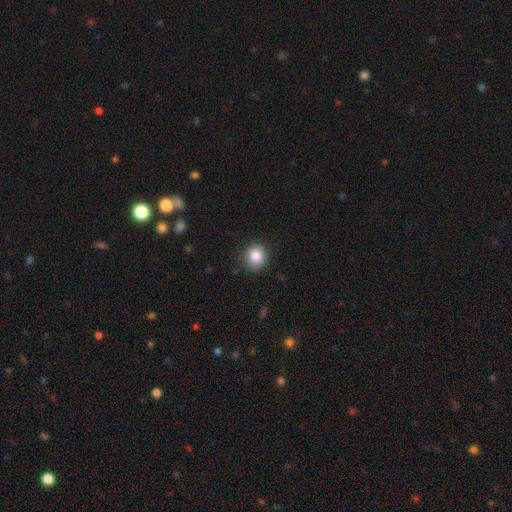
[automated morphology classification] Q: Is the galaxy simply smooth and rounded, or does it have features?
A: smooth — 84%.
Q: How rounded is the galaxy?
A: round — 84%.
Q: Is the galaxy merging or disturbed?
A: none — 85%.